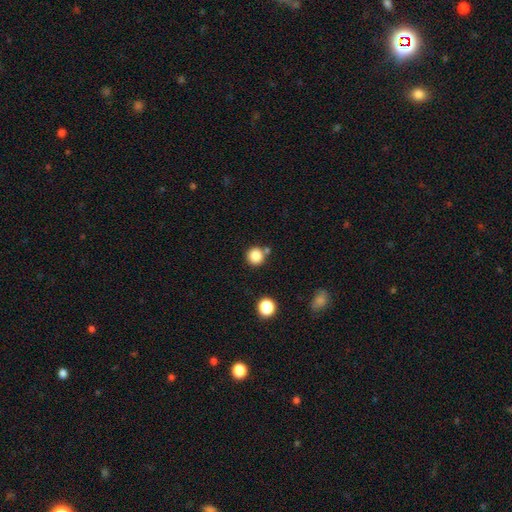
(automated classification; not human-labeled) Smooth or featured: smooth — 85% (star or artifact — 11%)
How rounded: round — 93% (in between — 6%)
Merging: none — 75% (merger — 13%)